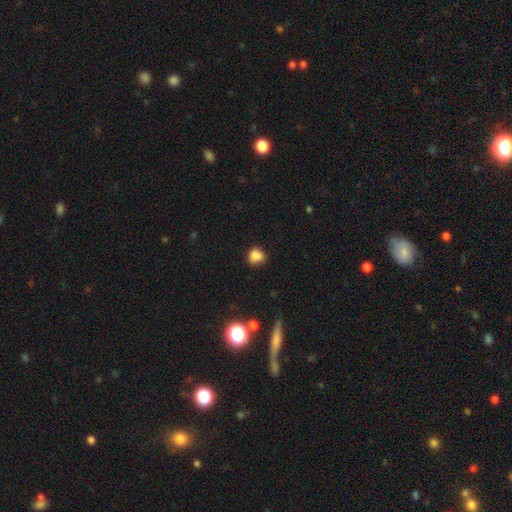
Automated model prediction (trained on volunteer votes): Smooth or featured? smooth (82%)
How rounded? round (64%)
Merging? none (66%)